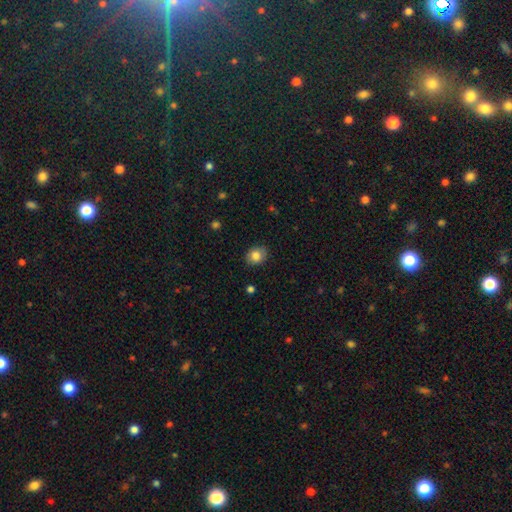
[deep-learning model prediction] This is clearly a smooth galaxy (83%). How rounded: possibly round (52%). Merging: clearly none (85%).